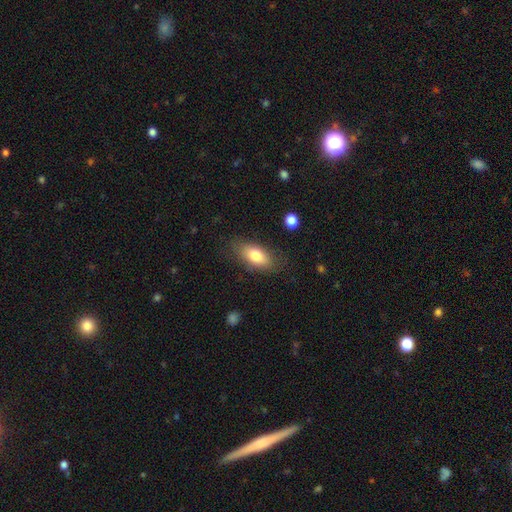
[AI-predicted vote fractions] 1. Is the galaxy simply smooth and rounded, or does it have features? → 78% smooth, 15% featured or disk, 7% star or artifact.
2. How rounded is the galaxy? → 86% in between, 10% cigar-shaped, 4% round.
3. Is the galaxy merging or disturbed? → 80% none, 14% minor disturbance, 5% major disturbance, 2% merger.